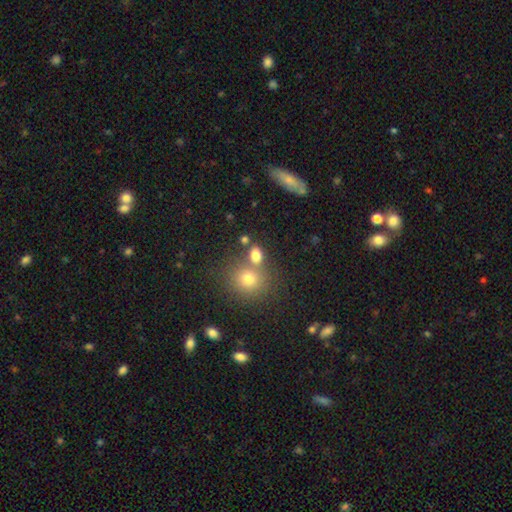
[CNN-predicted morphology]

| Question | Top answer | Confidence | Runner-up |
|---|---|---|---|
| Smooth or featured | smooth | 77% | star or artifact (13%) |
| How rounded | in between | 61% | round (37%) |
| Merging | none | 55% | merger (30%) |